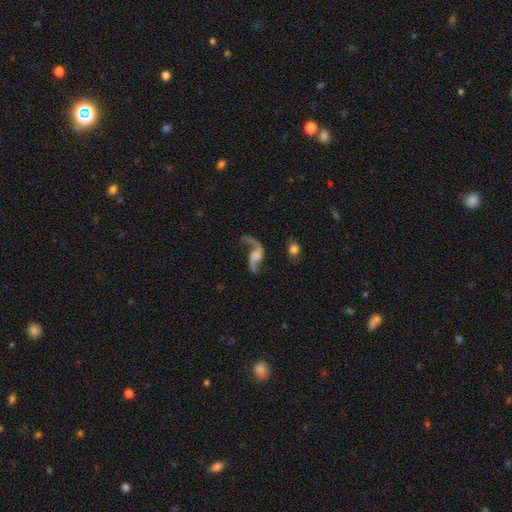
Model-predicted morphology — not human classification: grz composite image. It shows a featured or disk galaxy (86%) with no bar (57%), 2 (89%) loose (87%) spiral arms (96%) and no central bulge (42%). Merging: none (60%).